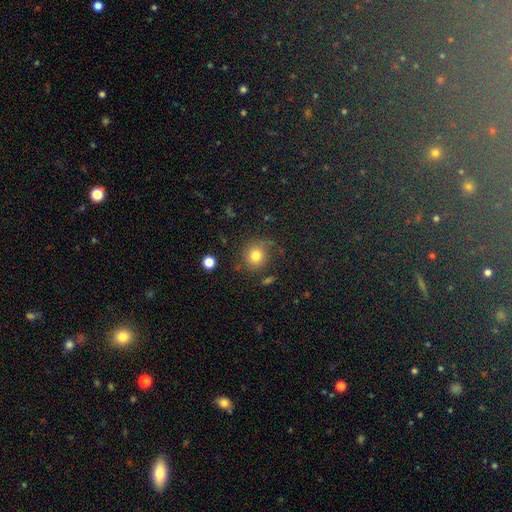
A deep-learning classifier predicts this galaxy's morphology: Smooth or featured: smooth — 78% (star or artifact — 12%)
How rounded: round — 88% (in between — 11%)
Merging: none — 72% (minor disturbance — 16%)